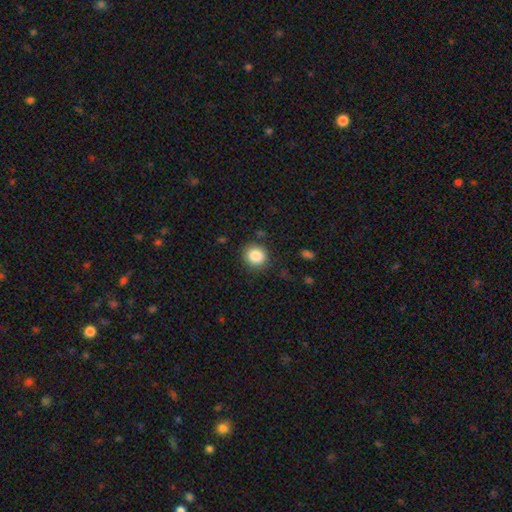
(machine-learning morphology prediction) smooth_or_featured: smooth (p=0.86) [alt: star or artifact p=0.09]
how_rounded: round (p=0.86) [alt: in between p=0.13]
merging: none (p=0.87) [alt: minor disturbance p=0.09]